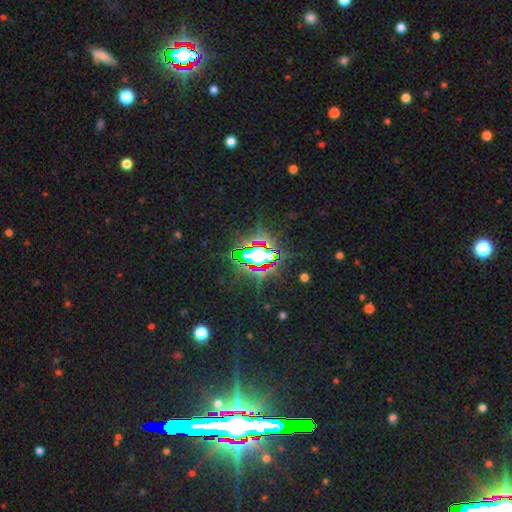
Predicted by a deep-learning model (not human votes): Q: Smooth or featured?
A: star or artifact (78%); runner-up: smooth (11%)